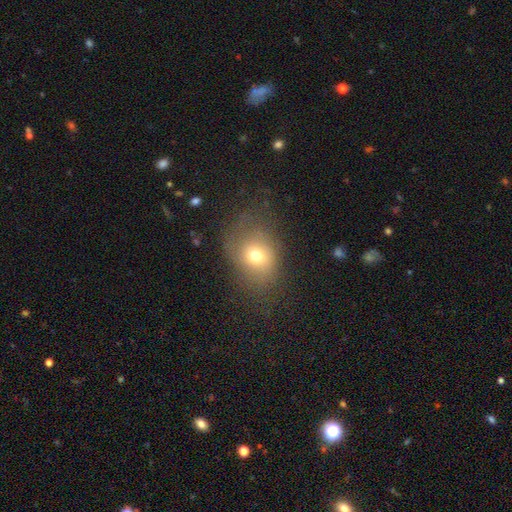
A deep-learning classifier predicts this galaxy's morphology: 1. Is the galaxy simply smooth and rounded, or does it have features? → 68% smooth, 17% featured or disk, 15% star or artifact.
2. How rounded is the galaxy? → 50% in between, 48% round, 1% cigar-shaped.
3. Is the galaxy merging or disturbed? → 60% none, 22% minor disturbance, 16% major disturbance, 2% merger.